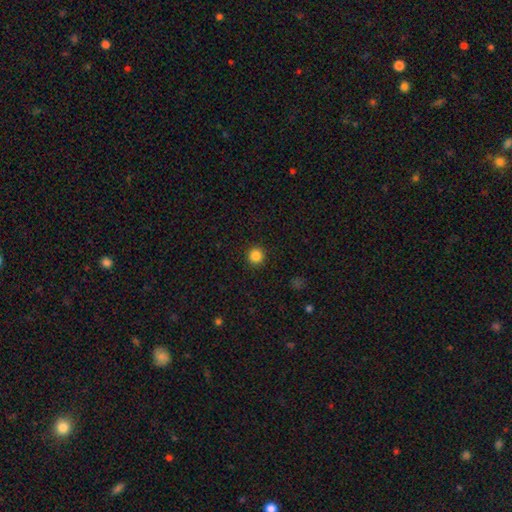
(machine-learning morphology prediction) smooth 85%, star or artifact 11%, featured or disk 4%. Down the decision tree: how rounded — round (95%); merging — none (93%).